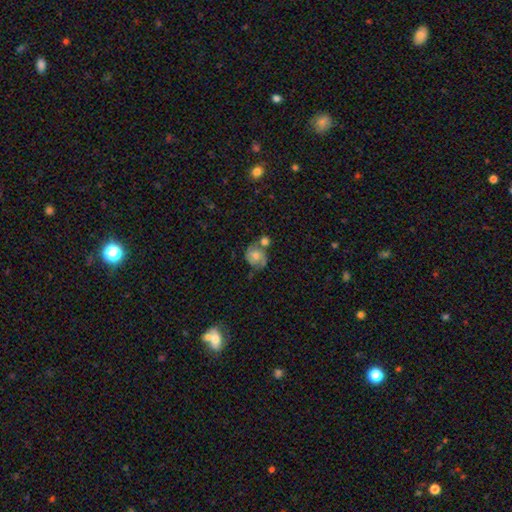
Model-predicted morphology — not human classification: smooth-or-featured: featured or disk: 49% | smooth: 42% | star or artifact: 9%
  merging: none: 42% | merger: 28% | minor disturbance: 21% | major disturbance: 10%